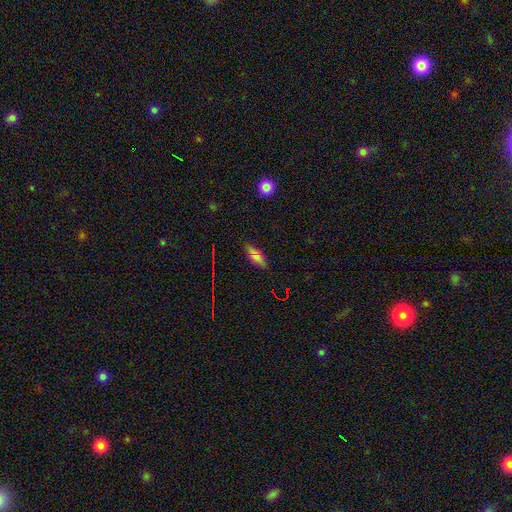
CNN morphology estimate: smooth-or-featured: smooth: 64% | star or artifact: 23% | featured or disk: 14%
  how-rounded: in between: 79% | cigar-shaped: 16% | round: 4%
  merging: none: 82% | minor disturbance: 13% | major disturbance: 3% | merger: 2%